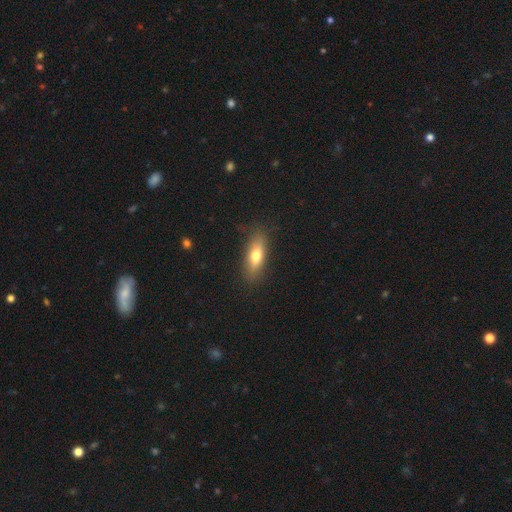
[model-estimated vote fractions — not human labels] smooth-or-featured: smooth: 69% | featured or disk: 24% | star or artifact: 7%
  how-rounded: in between: 61% | cigar-shaped: 35% | round: 4%
  merging: none: 82% | minor disturbance: 13% | major disturbance: 4% | merger: 1%